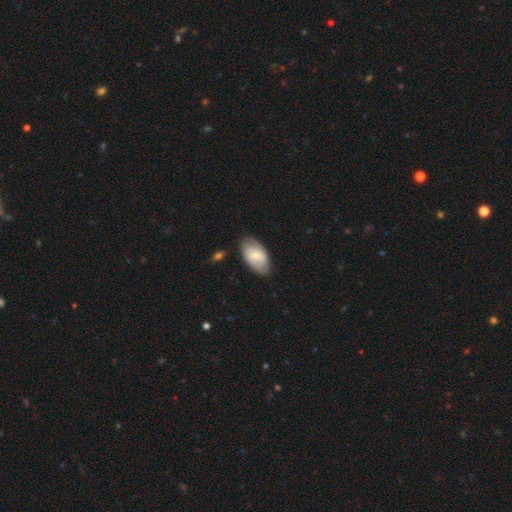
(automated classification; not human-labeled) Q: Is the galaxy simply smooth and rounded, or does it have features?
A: smooth — 59%.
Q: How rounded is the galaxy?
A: in between — 94%.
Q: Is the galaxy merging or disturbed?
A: none — 77%.